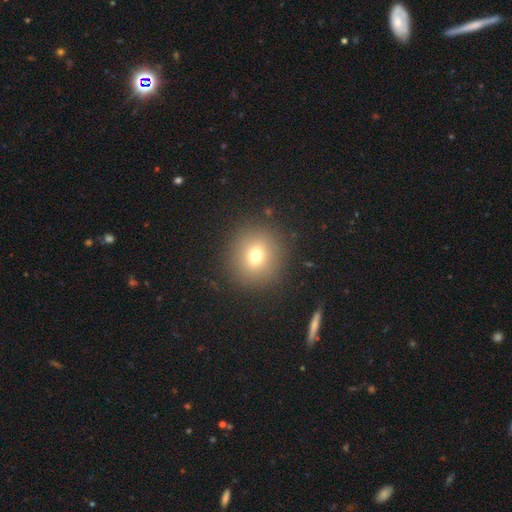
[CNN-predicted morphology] The model was most divided on "smooth or featured": smooth: 72%, star or artifact: 15%, featured or disk: 13%. More confident: how rounded — round (90%); merging — none (89%).